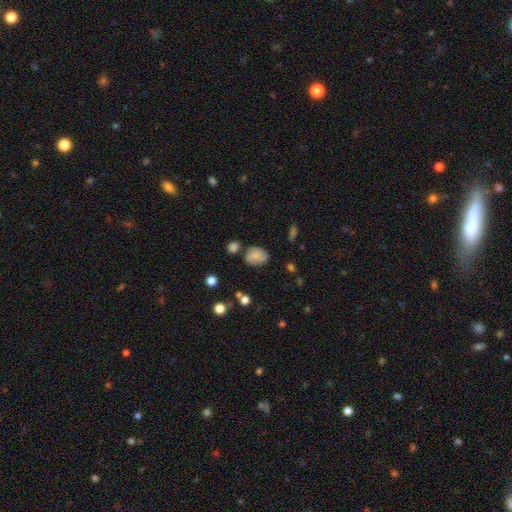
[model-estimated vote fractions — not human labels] A smooth galaxy with no disk features (73%) that is in between round and cigar-shaped (61%). Merging: none (60%).